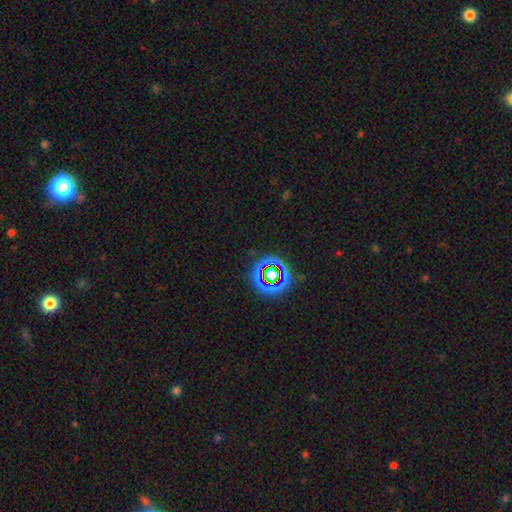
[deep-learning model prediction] smooth-or-featured: star or artifact: 60% | featured or disk: 21% | smooth: 19%